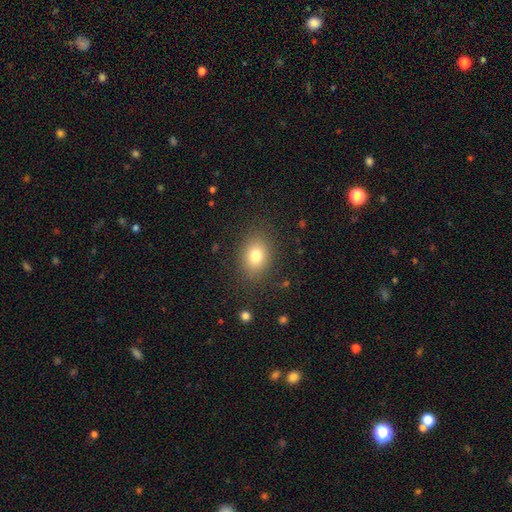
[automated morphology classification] This appears to be a smooth galaxy with no disk features (79%) that is in between round and cigar-shaped (62%). Merging: none (84%).